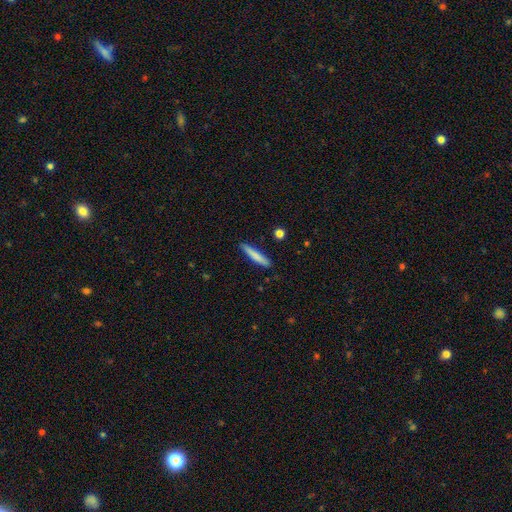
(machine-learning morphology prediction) The model was most divided on "smooth or featured": smooth: 76%, featured or disk: 18%, star or artifact: 6%. More confident: how rounded — cigar-shaped (92%); merging — none (87%).